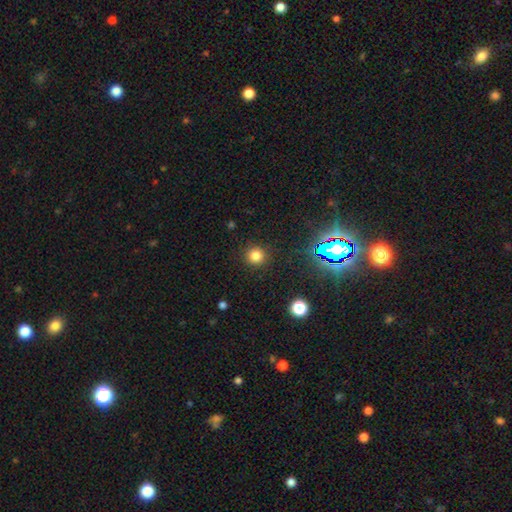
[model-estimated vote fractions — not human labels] smooth 77%, star or artifact 17%, featured or disk 5%. Down the decision tree: how rounded — round (94%); merging — none (90%).